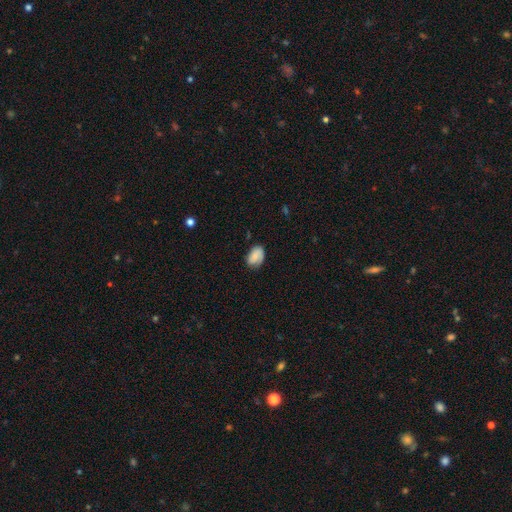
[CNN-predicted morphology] smooth-or-featured: smooth: 75% | featured or disk: 17% | star or artifact: 8%
  how-rounded: in between: 85% | round: 13% | cigar-shaped: 1%
  merging: none: 62% | minor disturbance: 29% | major disturbance: 8% | merger: 2%